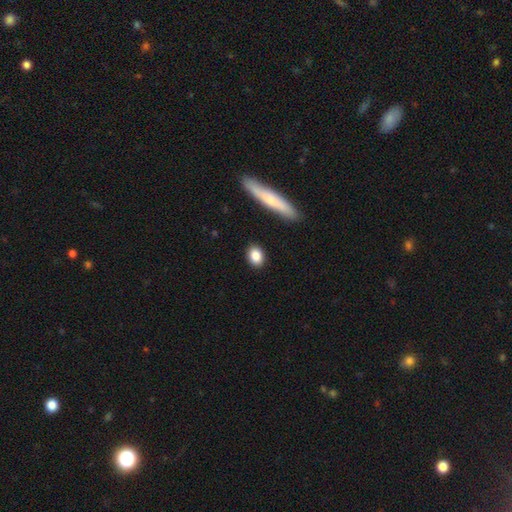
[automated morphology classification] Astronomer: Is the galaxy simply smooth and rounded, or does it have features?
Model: smooth — 86%.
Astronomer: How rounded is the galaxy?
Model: in between — 62%.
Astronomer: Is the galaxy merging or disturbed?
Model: none — 88%.